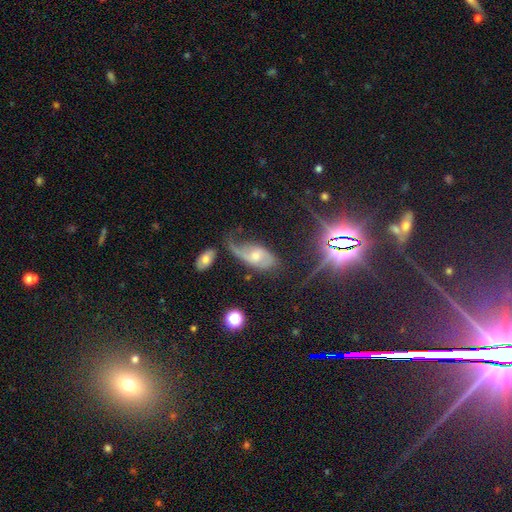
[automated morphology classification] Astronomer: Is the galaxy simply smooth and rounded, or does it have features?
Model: featured or disk — 64%.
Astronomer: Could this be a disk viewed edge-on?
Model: no — 90%.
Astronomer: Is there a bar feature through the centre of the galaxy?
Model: no — 66%.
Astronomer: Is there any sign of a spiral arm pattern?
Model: yes — 86%.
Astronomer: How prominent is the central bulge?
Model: moderate — 53% (runner-up: small, 40%).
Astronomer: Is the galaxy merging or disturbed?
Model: none — 39% (runner-up: minor disturbance, 29%).